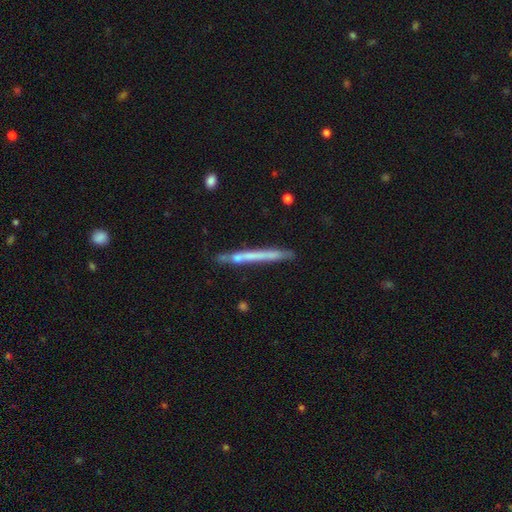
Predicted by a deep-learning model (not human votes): smooth_or_featured: featured or disk (p=0.47) [alt: smooth p=0.46]
merging: none (p=0.76) [alt: minor disturbance p=0.15]